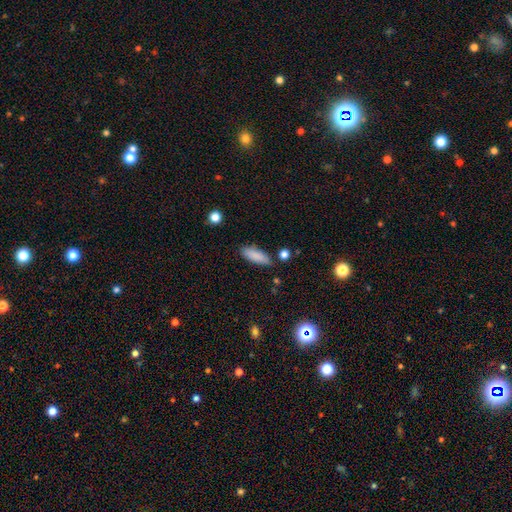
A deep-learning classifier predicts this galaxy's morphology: The model was most divided on "how rounded": in between: 63%, cigar-shaped: 35%, round: 2%. More confident: smooth or featured — smooth (86%); merging — none (79%).